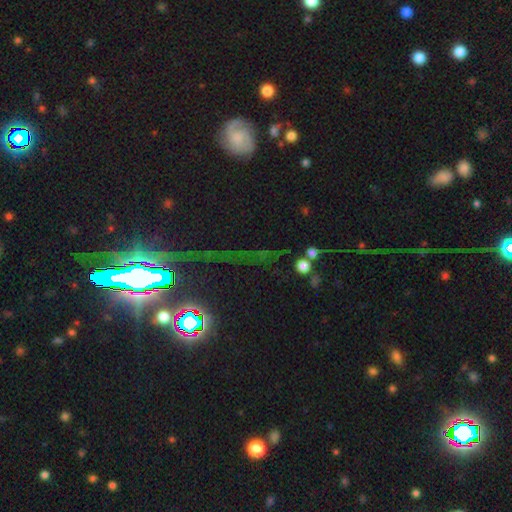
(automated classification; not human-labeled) Morphology: type=star or artifact (74%).